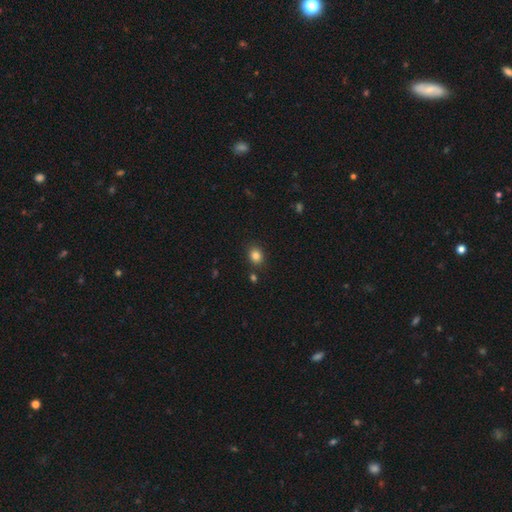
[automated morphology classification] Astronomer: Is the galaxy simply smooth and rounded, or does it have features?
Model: smooth — 84%.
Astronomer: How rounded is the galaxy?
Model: round — 63%.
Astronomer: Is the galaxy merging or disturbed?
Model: none — 84%.